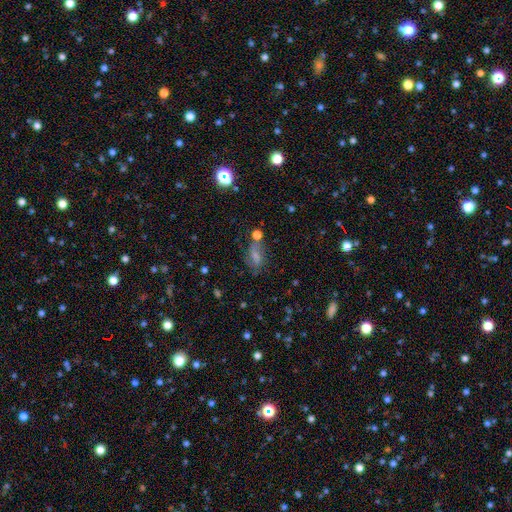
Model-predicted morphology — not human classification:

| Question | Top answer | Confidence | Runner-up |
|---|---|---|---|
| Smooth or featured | smooth | 51% | featured or disk (33%) |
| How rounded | in between | 77% | round (16%) |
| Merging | none | 47% | minor disturbance (23%) |